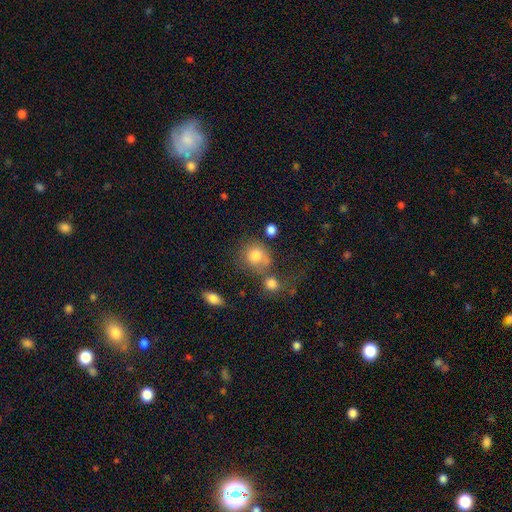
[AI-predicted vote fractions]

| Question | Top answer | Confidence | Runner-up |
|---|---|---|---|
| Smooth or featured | smooth | 78% | star or artifact (11%) |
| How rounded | round | 75% | in between (24%) |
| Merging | none | 48% | merger (23%) |